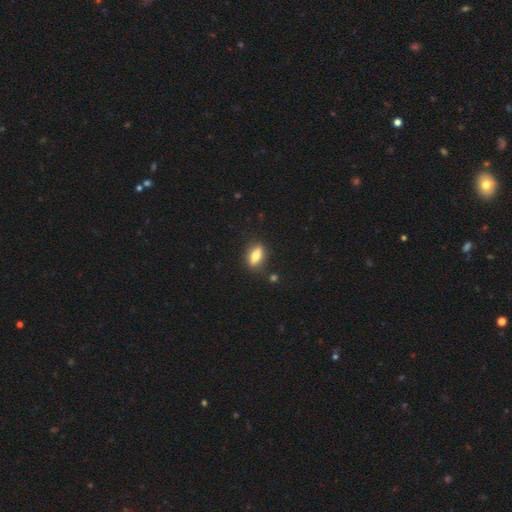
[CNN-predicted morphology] smooth 61%, featured or disk 31%, star or artifact 8%. Down the decision tree: how rounded — in between (64%); merging — none (84%).